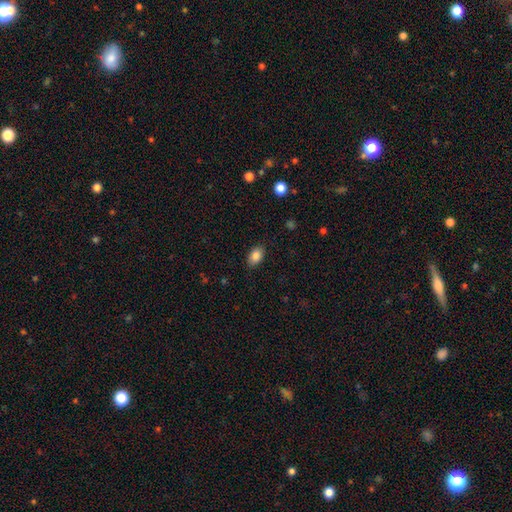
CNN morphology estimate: type=smooth (86%); roundness=in between (88%); merging=none (85%).